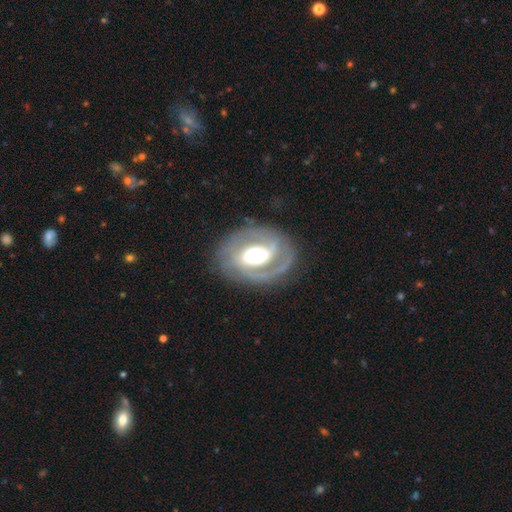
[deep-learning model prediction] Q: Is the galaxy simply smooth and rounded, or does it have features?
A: featured or disk — 83%.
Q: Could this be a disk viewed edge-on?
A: no — 97%.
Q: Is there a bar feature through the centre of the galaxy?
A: no — 40%.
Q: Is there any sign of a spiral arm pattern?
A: yes — 88%.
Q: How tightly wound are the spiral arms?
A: tight — 45%.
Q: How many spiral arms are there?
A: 2 — 75%.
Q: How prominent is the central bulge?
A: moderate — 49%.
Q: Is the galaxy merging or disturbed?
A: none — 77%.